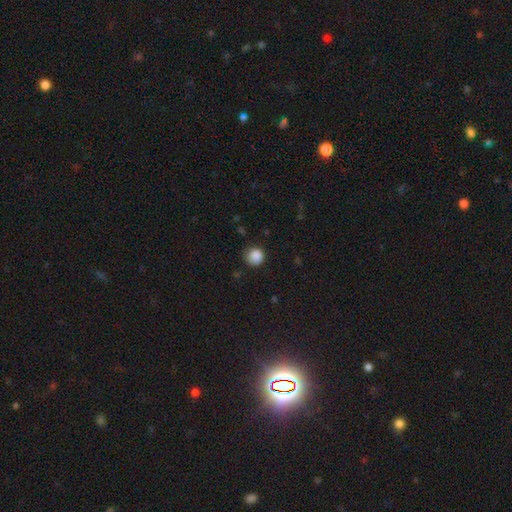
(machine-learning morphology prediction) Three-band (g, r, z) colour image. It shows a smooth galaxy with no disk features (87%) that is round (91%). Merging: none (77%).